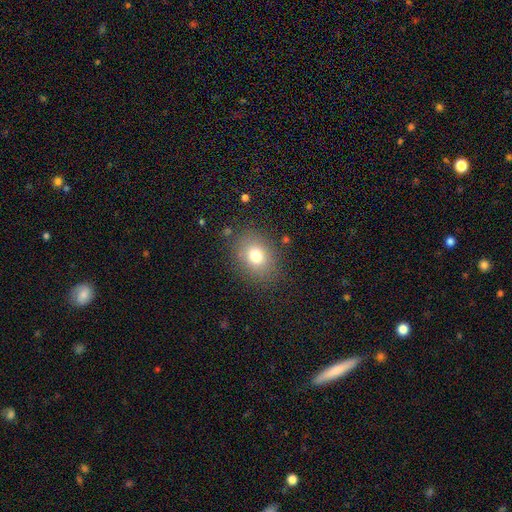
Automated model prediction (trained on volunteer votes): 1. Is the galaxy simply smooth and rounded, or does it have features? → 76% smooth, 12% star or artifact, 11% featured or disk.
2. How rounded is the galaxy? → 52% in between, 47% round, 1% cigar-shaped.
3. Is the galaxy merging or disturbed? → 82% none, 11% minor disturbance, 5% major disturbance, 2% merger.